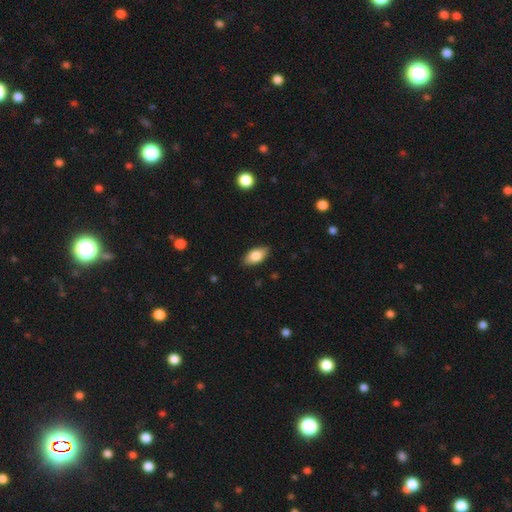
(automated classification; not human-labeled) smooth_or_featured: smooth (p=0.82) [alt: featured or disk p=0.11]
how_rounded: in between (p=0.92) [alt: cigar-shaped p=0.05]
merging: none (p=0.87) [alt: minor disturbance p=0.10]